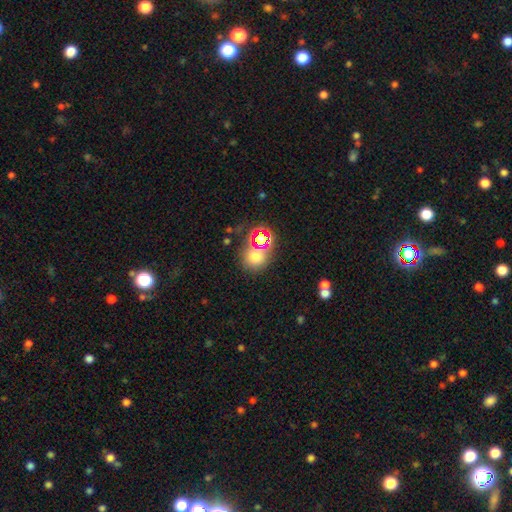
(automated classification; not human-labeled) Smooth or featured? smooth (64%)
How rounded? round (80%)
Merging? none (62%)